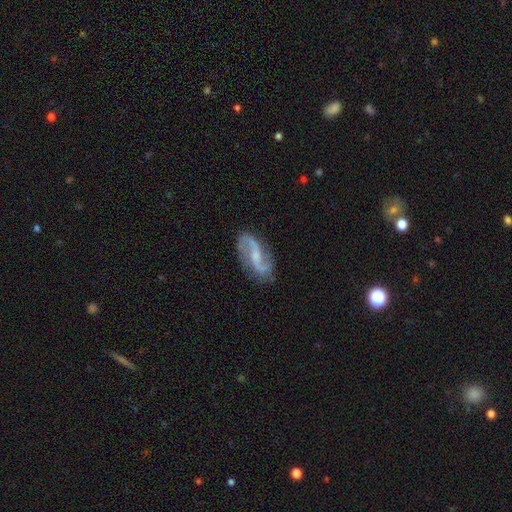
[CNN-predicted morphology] smooth-or-featured: featured or disk: 88% | smooth: 8% | star or artifact: 5%
  disk-edge-on: no: 97% | yes: 3%
    bar: weak: 49% | no: 31% | strong: 20%
    has-spiral-arms: yes: 97% | no: 3%
      spiral-winding: loose: 57% | medium: 35% | tight: 9%
      spiral-arm-count: 2: 93% | can't tell: 2% | 1: 2% | 3: 1% | 4: 1% | more than 4: 1%
    bulge-size: small: 47% | moderate: 27% | none: 23% | large: 2% | dominant: 1%
  merging: none: 81% | minor disturbance: 13% | major disturbance: 4% | merger: 2%